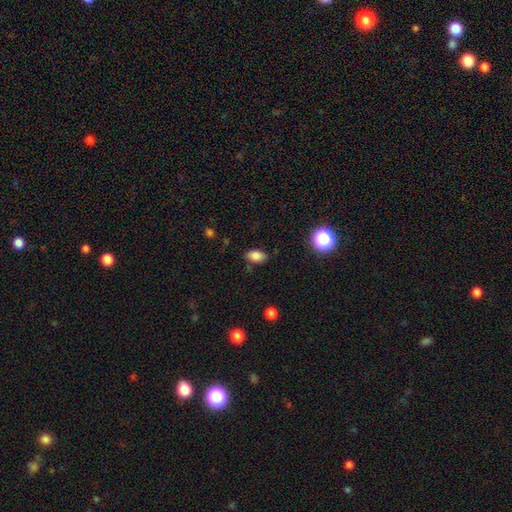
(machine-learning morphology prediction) The model was most divided on "merging": none: 81%, minor disturbance: 14%, major disturbance: 3%, merger: 2%. More confident: how rounded — in between (90%); smooth or featured — smooth (83%).